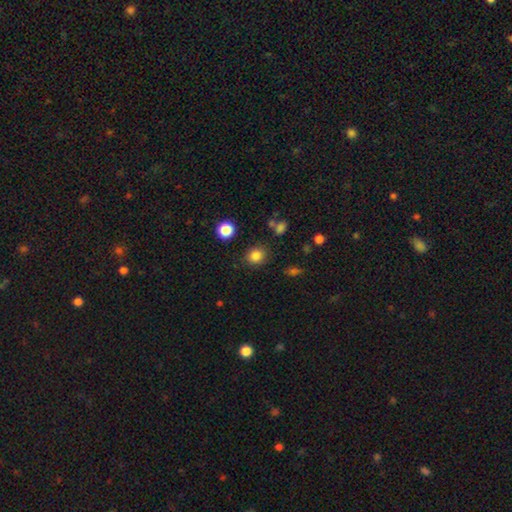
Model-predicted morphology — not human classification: This is clearly a smooth galaxy (83%). How rounded: likely round (79%). Merging: clearly none (85%).